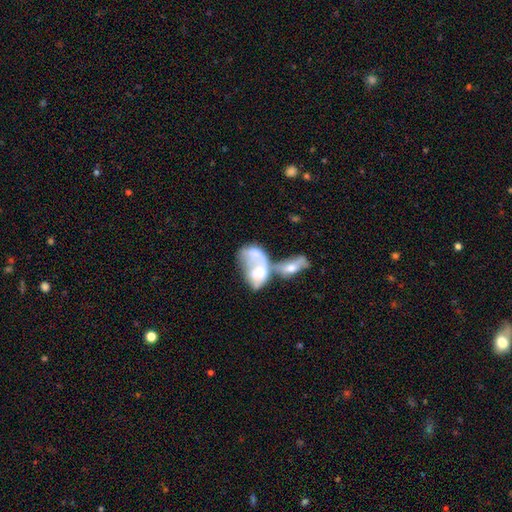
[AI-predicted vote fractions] Smooth or featured?
  - featured or disk: 48% *
  - smooth: 44%
  - star or artifact: 9%
Merging?
  - merger: 79% *
  - major disturbance: 10%
  - none: 6%
  - minor disturbance: 4%